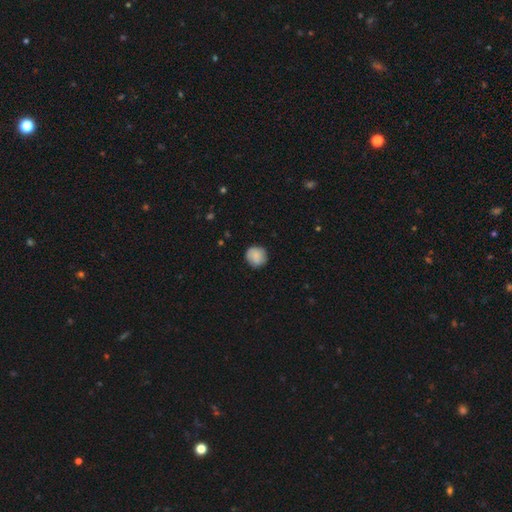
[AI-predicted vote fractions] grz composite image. It shows a smooth galaxy with no disk features (82%) that is round (90%). Merging: none (82%).